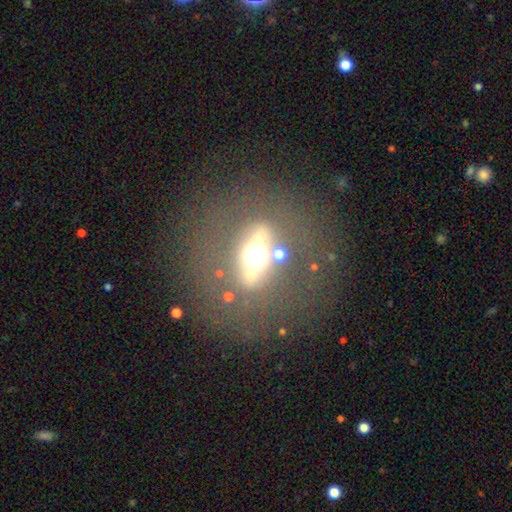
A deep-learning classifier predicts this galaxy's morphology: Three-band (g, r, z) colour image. It shows a featured or disk galaxy (62%). Merging: none (75%).